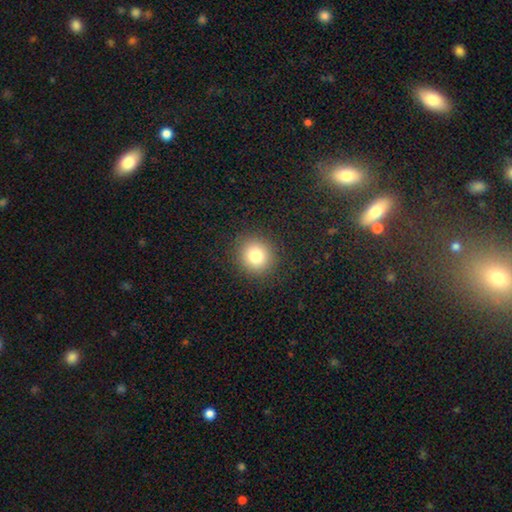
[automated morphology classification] The model was most divided on "smooth or featured": smooth: 80%, star or artifact: 12%, featured or disk: 9%. More confident: merging — none (90%); how rounded — round (86%).